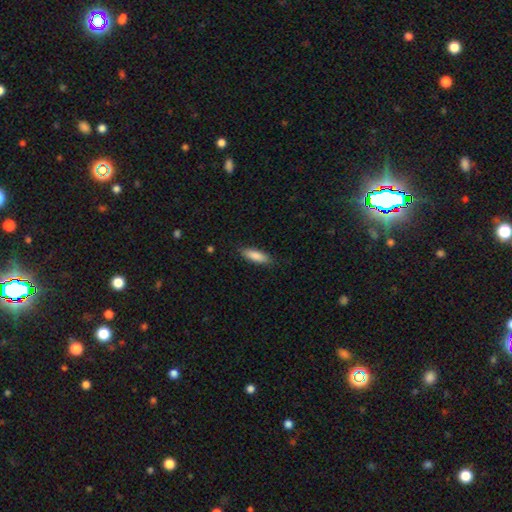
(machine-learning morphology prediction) A smooth galaxy with no disk features (87%) that is in between round and cigar-shaped (54%). Merging: none (86%).